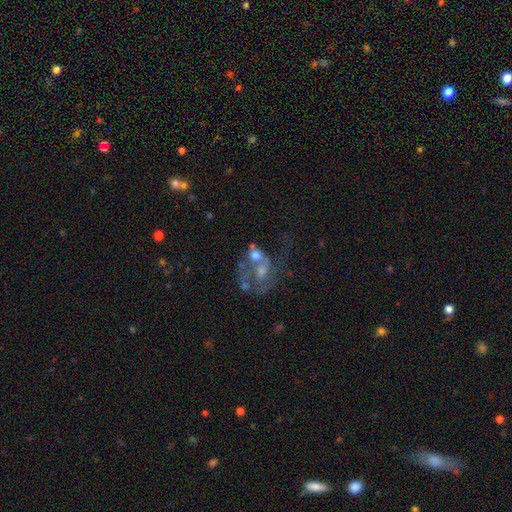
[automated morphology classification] Smooth or featured: featured or disk — 52% (smooth — 34%)
Edge-on disk: no — 97% (yes — 3%)
Bar: no — 84% (weak — 13%)
Spiral arms: no — 72% (yes — 28%)
Bulge size: moderate — 42% (none — 23%)
Merging: merger — 40% (major disturbance — 32%)